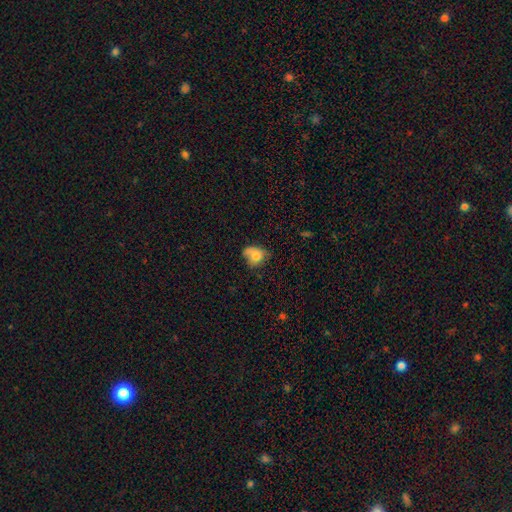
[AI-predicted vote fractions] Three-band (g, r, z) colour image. It shows a smooth galaxy with no disk features (72%) that is round (50%). Merging: none (41%).